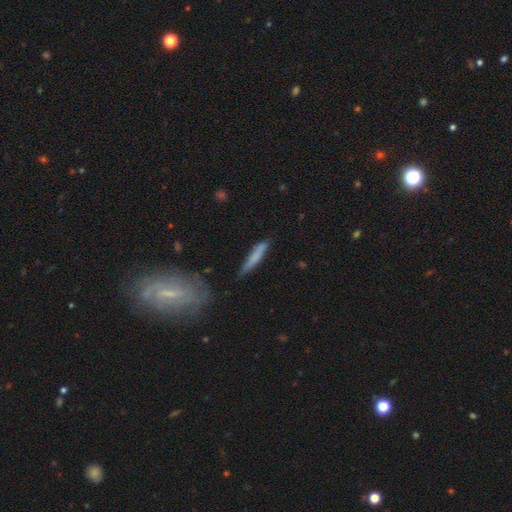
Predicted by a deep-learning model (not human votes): Smooth or featured? Predicted: smooth (p=0.71). How rounded? Predicted: cigar-shaped (p=0.92). Merging? Predicted: none (p=0.76).